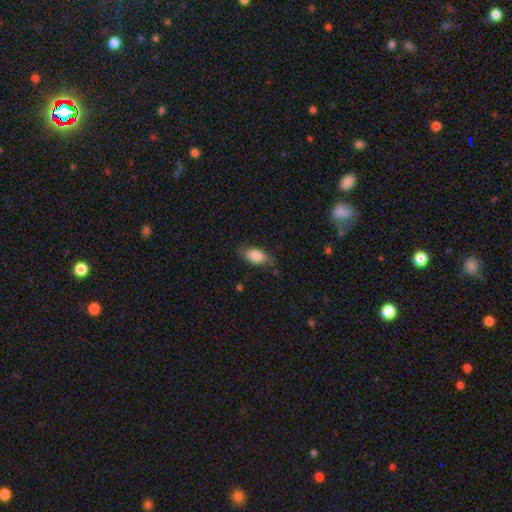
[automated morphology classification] smooth 82%, featured or disk 11%, star or artifact 7%. Down the decision tree: how rounded — in between (90%); merging — none (70%).